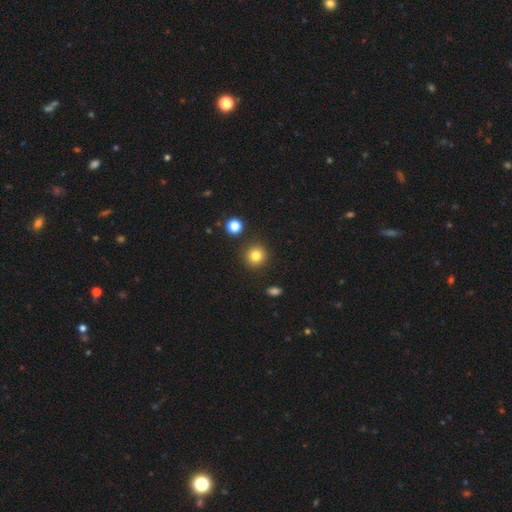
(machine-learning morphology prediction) Q: Smooth or featured?
A: smooth (82%); runner-up: star or artifact (12%)
Q: How rounded?
A: round (92%); runner-up: in between (7%)
Q: Merging?
A: none (88%); runner-up: minor disturbance (6%)